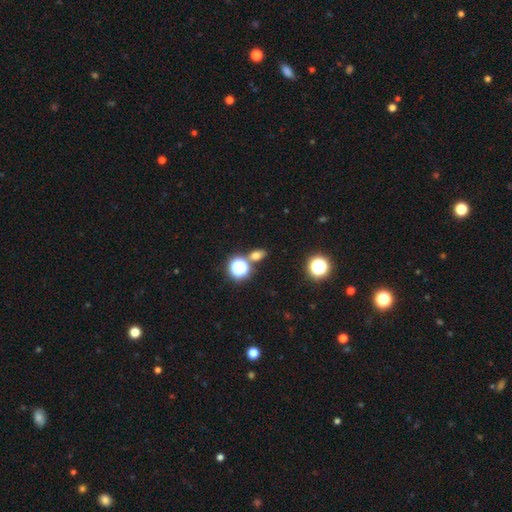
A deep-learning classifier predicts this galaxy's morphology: This is likely a smooth galaxy (68%). How rounded: likely in between (62%). Merging: likely none (74%).